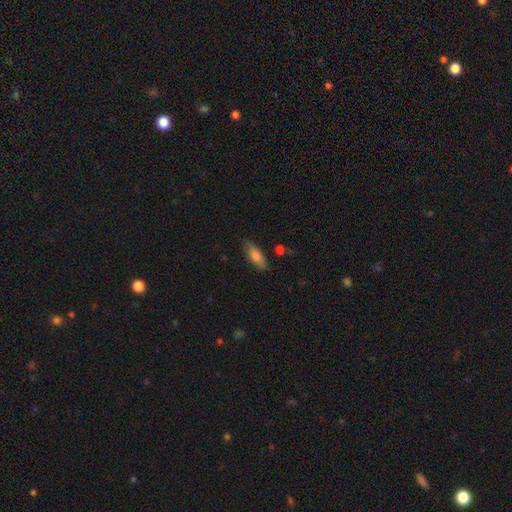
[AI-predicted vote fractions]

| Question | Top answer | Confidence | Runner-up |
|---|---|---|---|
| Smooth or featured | smooth | 76% | featured or disk (17%) |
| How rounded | in between | 65% | cigar-shaped (32%) |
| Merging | none | 77% | minor disturbance (17%) |